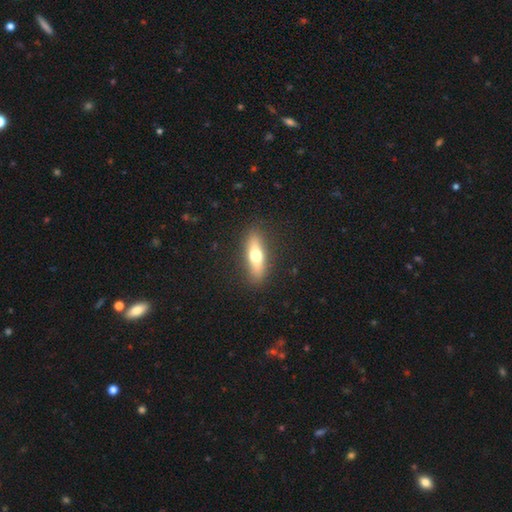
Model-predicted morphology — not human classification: The model was most divided on "how rounded": cigar-shaped: 56%, in between: 41%, round: 3%. More confident: merging — none (87%); smooth or featured — smooth (59%).